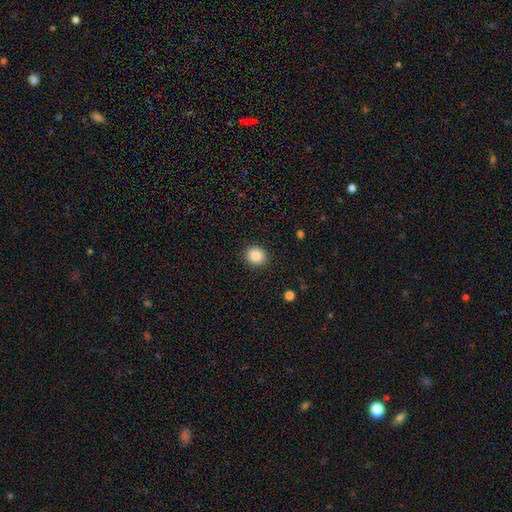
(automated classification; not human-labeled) smooth 86%, star or artifact 9%, featured or disk 5%. Down the decision tree: how rounded — round (75%); merging — none (91%).